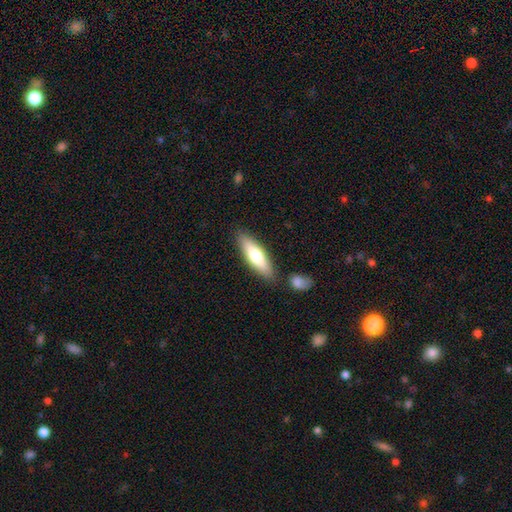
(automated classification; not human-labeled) Smooth or featured?
  - smooth: 64% *
  - featured or disk: 30%
  - star or artifact: 5%
How rounded?
  - cigar-shaped: 60% *
  - in between: 38%
  - round: 2%
Merging?
  - none: 81% *
  - minor disturbance: 10%
  - merger: 6%
  - major disturbance: 2%